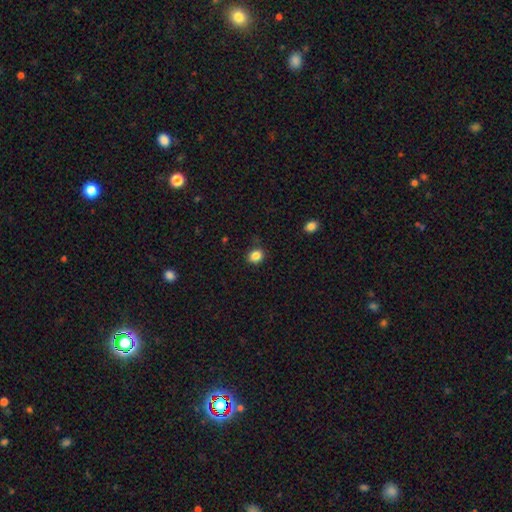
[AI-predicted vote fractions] Smooth or featured? Predicted: smooth (p=0.85). How rounded? Predicted: round (p=0.62). Merging? Predicted: none (p=0.83).